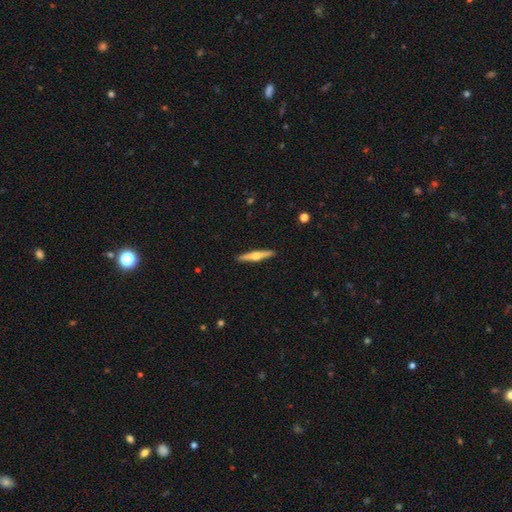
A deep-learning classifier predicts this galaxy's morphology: The model was most divided on "smooth or featured": featured or disk: 58%, smooth: 36%, star or artifact: 5%. More confident: edge-on disk — yes (97%); merging — none (91%); edge-on bulge — rounded (91%).